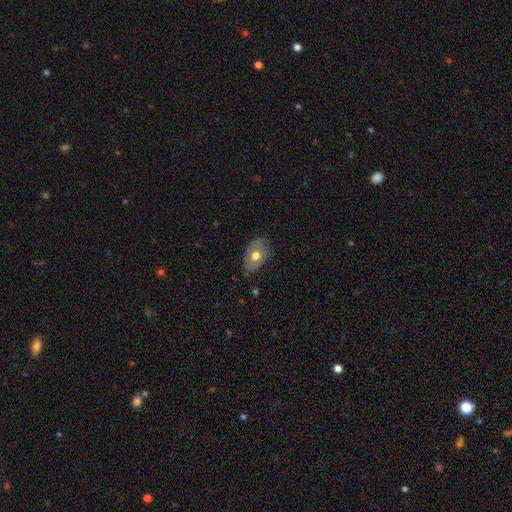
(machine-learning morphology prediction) smooth 60%, featured or disk 33%, star or artifact 7%. Down the decision tree: how rounded — in between (84%); merging — none (74%).